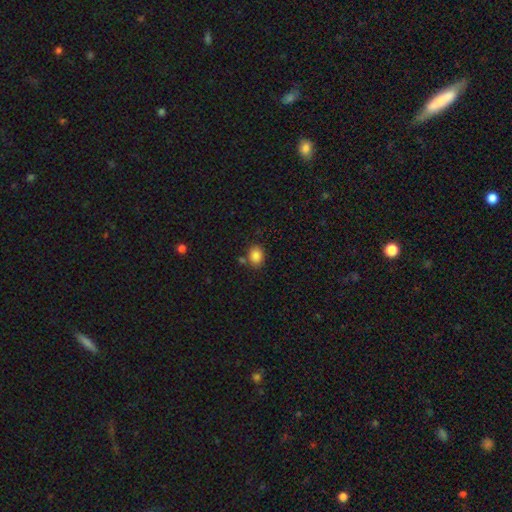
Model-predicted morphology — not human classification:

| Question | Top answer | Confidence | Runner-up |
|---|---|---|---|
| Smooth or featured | smooth | 86% | star or artifact (9%) |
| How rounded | round | 50% | in between (49%) |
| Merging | none | 75% | minor disturbance (12%) |